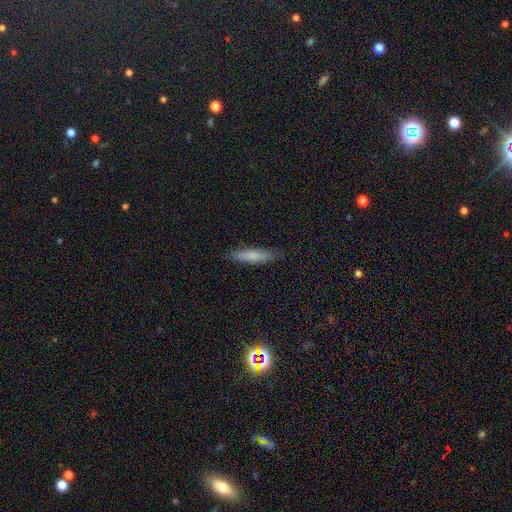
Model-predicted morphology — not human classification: A smooth galaxy with no disk features (71%) that is cigar-shaped (85%). Merging: none (88%).